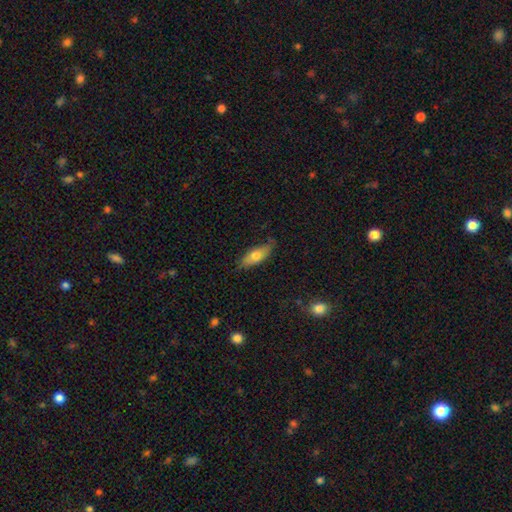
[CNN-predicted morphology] The model was most divided on "smooth or featured": smooth: 68%, featured or disk: 26%, star or artifact: 6%. More confident: merging — none (72%); how rounded — in between (72%).